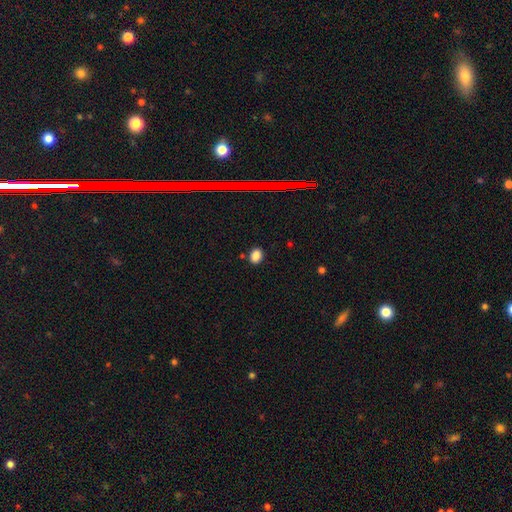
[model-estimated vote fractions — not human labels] The model was most divided on "how rounded": in between: 69%, round: 30%, cigar-shaped: 1%. More confident: merging — none (84%); smooth or featured — smooth (84%).